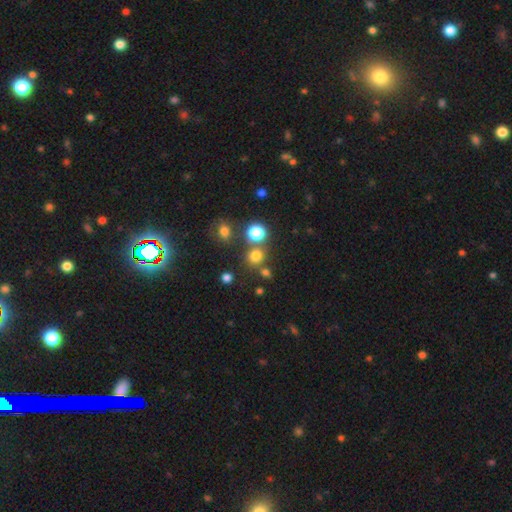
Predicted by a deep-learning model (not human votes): smooth 72%, star or artifact 22%, featured or disk 7%. Down the decision tree: how rounded — round (87%); merging — none (70%).